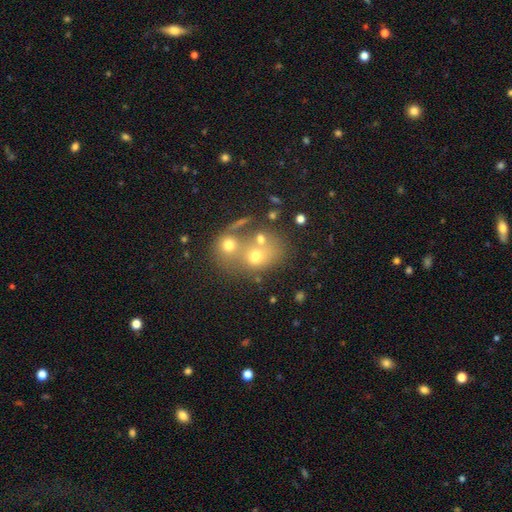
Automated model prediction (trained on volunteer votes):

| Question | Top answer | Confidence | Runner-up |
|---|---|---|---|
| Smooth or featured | smooth | 57% | featured or disk (25%) |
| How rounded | round | 58% | in between (40%) |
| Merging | merger | 57% | none (27%) |